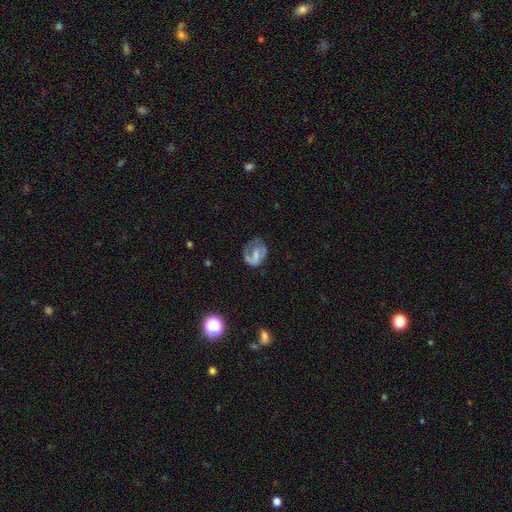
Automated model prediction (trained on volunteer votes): Smooth or featured? featured or disk (63%)
Edge-on disk? no (97%)
Bar? weak (45%)
Spiral arms? yes (78%)
Bulge size? none (37%)
Merging? none (51%)